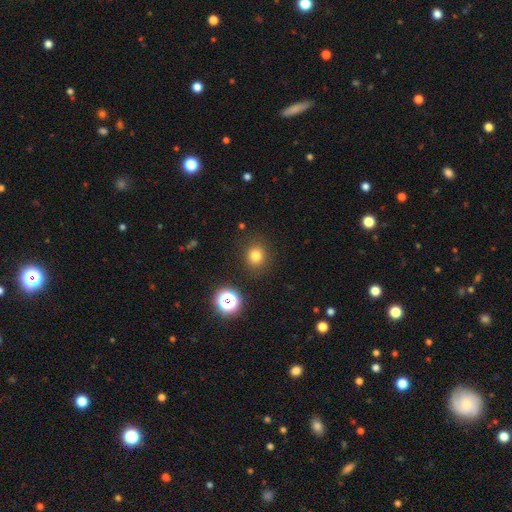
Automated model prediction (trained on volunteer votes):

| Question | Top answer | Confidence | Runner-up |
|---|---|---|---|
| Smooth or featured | smooth | 78% | star or artifact (16%) |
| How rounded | round | 85% | in between (14%) |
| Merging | none | 88% | minor disturbance (7%) |